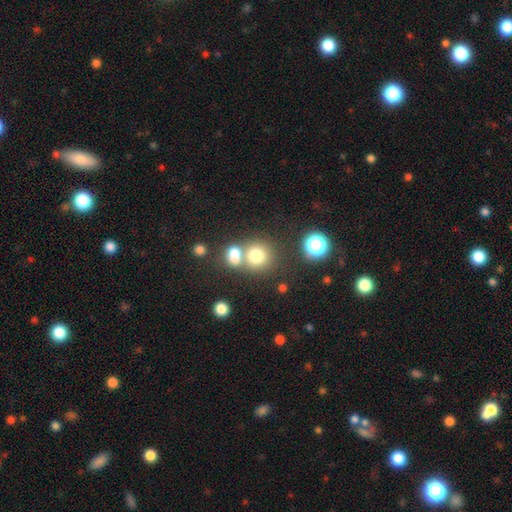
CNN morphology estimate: A smooth galaxy with no disk features (75%) that is round (83%).

Vote fractions:
- Smooth or featured? smooth: 75% / star or artifact: 14% / featured or disk: 11%
- How rounded? round: 83% / in between: 16% / cigar-shaped: 1%
- Merging? none: 49% / merger: 39% / minor disturbance: 8% / major disturbance: 4%